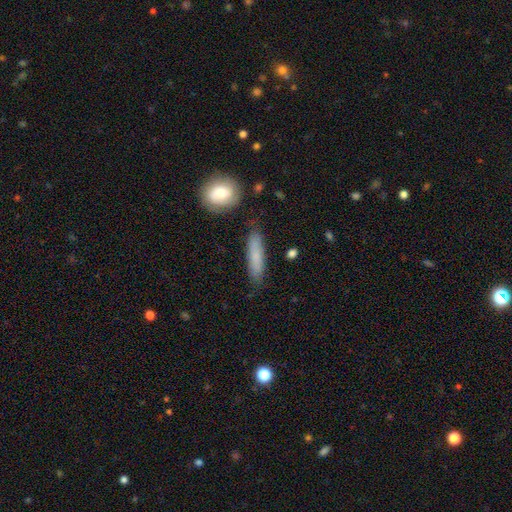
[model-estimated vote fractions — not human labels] Smooth or featured: smooth — 78% (featured or disk — 15%)
How rounded: cigar-shaped — 78% (in between — 20%)
Merging: none — 80% (minor disturbance — 13%)